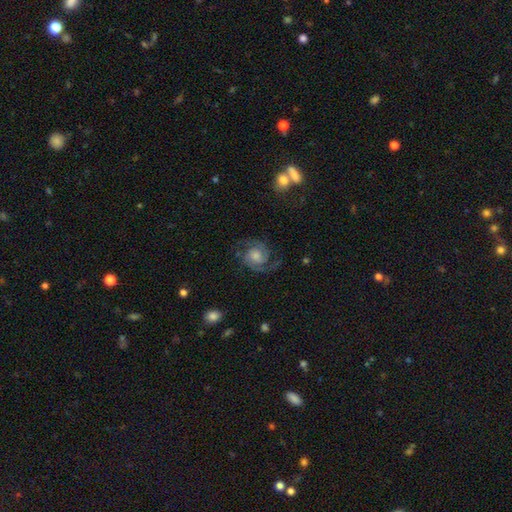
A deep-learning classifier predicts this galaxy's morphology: Smooth or featured?
  - featured or disk: 86% *
  - smooth: 7%
  - star or artifact: 7%
Edge-on disk?
  - no: 98% *
  - yes: 2%
Bar?
  - no: 67% *
  - weak: 28%
  - strong: 5%
Spiral arms?
  - yes: 98% *
  - no: 2%
Spiral winding?
  - medium: 48% *
  - tight: 40%
  - loose: 12%
Spiral arm count?
  - 2: 84% *
  - 3: 6%
  - can't tell: 4%
  - 1: 2%
  - 4: 2%
  - more than 4: 2%
Bulge size?
  - moderate: 52% *
  - small: 26%
  - large: 14%
  - none: 6%
  - dominant: 2%
Merging?
  - none: 78% *
  - minor disturbance: 13%
  - major disturbance: 7%
  - merger: 1%